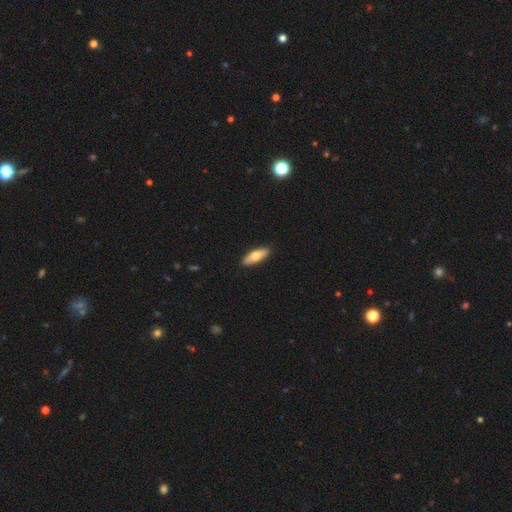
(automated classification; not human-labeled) smooth 69%, featured or disk 26%, star or artifact 5%. Down the decision tree: how rounded — in between (63%); merging — none (90%).